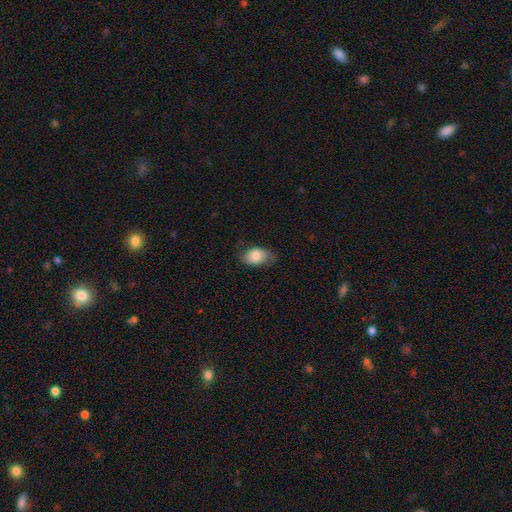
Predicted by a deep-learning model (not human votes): Smooth or featured: smooth — 77% (featured or disk — 15%)
How rounded: in between — 85% (round — 14%)
Merging: none — 63% (minor disturbance — 27%)